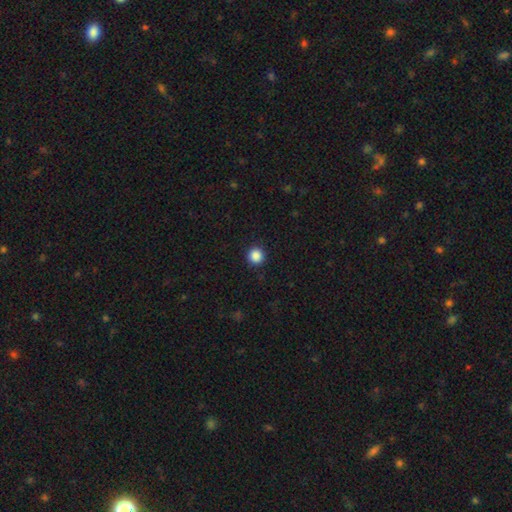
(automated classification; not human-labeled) smooth-or-featured: smooth: 88% | star or artifact: 10% | featured or disk: 2%
  how-rounded: round: 96% | in between: 3% | cigar-shaped: 1%
  merging: none: 93% | minor disturbance: 5% | major disturbance: 2% | merger: 1%